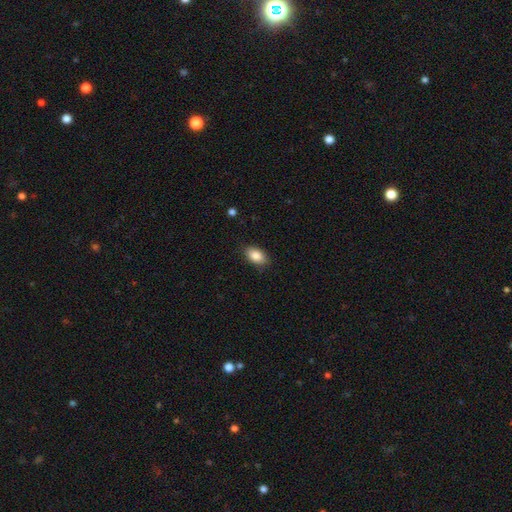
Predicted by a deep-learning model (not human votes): smooth 86%, star or artifact 7%, featured or disk 6%. Down the decision tree: how rounded — in between (90%); merging — none (86%).